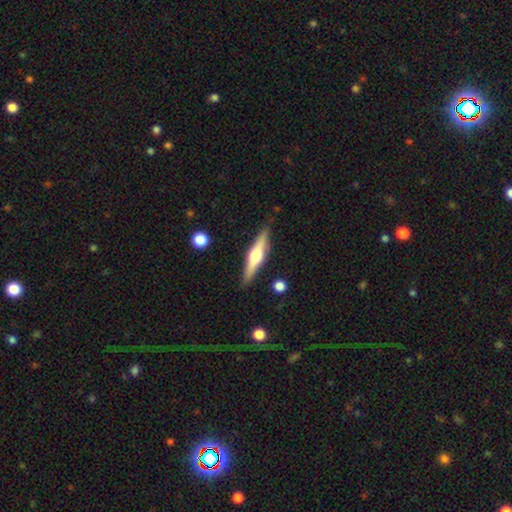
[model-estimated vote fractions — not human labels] smooth_or_featured: featured or disk (p=0.63) [alt: smooth p=0.31]
disk_edge_on: yes (p=0.96) [alt: no p=0.04]
edge_on_bulge: rounded (p=0.92) [alt: boxy p=0.05]
merging: none (p=0.87) [alt: minor disturbance p=0.09]